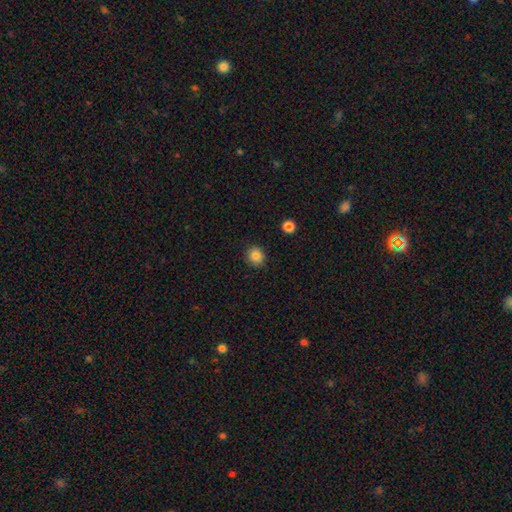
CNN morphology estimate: smooth_or_featured: smooth (p=0.84) [alt: star or artifact p=0.11]
how_rounded: round (p=0.86) [alt: in between p=0.13]
merging: none (p=0.90) [alt: minor disturbance p=0.07]